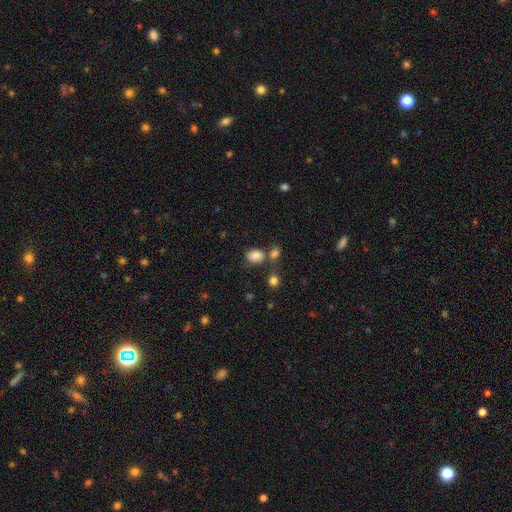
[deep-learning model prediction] A smooth galaxy with no disk features (83%) that is in between round and cigar-shaped (68%).

Vote fractions:
- Smooth or featured? smooth: 83% / star or artifact: 11% / featured or disk: 6%
- How rounded? in between: 68% / round: 31% / cigar-shaped: 1%
- Merging? none: 52% / merger: 27% / minor disturbance: 14% / major disturbance: 6%